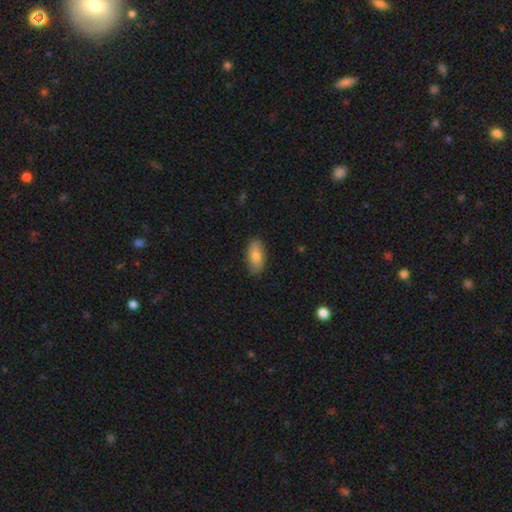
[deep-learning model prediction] Morphology: type=smooth (78%); roundness=in between (89%); merging=none (86%).